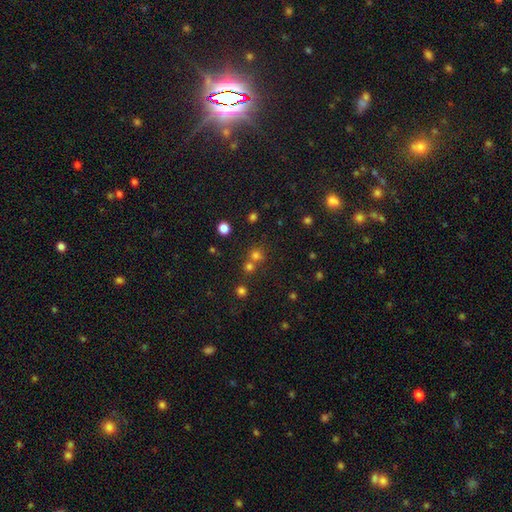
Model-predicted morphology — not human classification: This is likely a smooth galaxy (64%). How rounded: clearly round (88%). Merging: possibly none (57%).